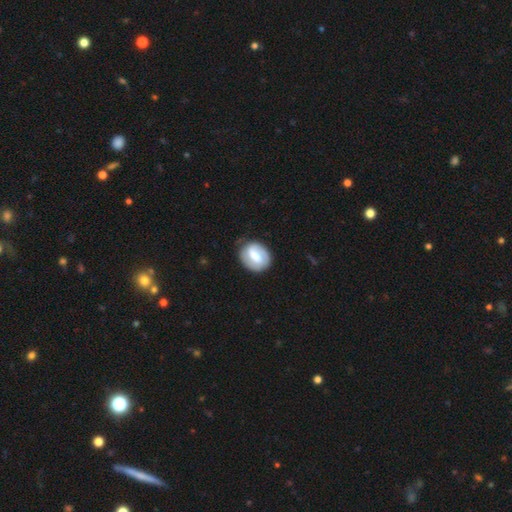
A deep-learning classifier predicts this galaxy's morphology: This appears to be a featured or disk galaxy (52%) with a weak bar (44%), spiral arms (74%) and a moderate central bulge (41%). Merging: none (74%).